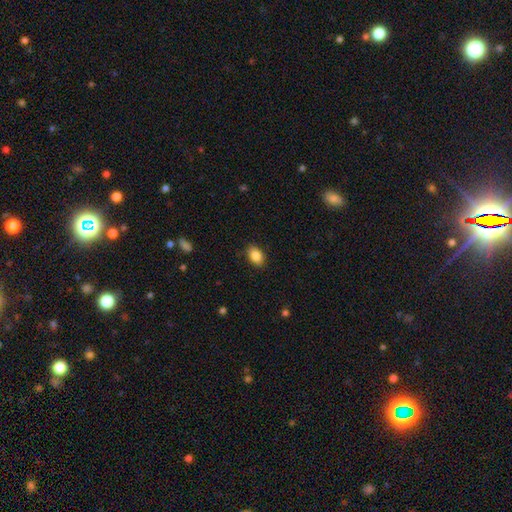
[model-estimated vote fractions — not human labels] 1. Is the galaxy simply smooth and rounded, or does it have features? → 86% smooth, 8% star or artifact, 6% featured or disk.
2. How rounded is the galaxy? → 82% in between, 16% round, 1% cigar-shaped.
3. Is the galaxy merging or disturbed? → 87% none, 10% minor disturbance, 2% major disturbance, 1% merger.